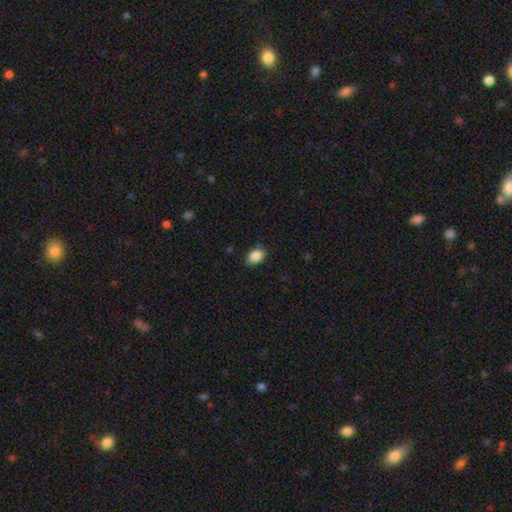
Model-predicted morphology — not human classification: Smooth or featured? smooth (88%)
How rounded? in between (85%)
Merging? none (73%)